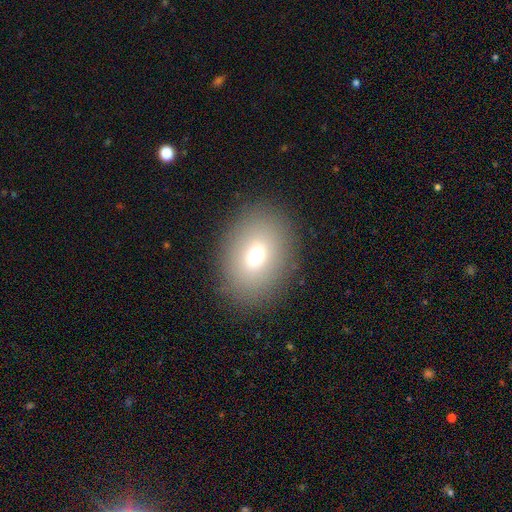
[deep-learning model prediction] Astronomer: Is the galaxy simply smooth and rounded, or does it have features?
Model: smooth — 70%.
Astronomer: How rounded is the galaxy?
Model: in between — 66%.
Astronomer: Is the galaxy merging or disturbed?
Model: none — 87%.